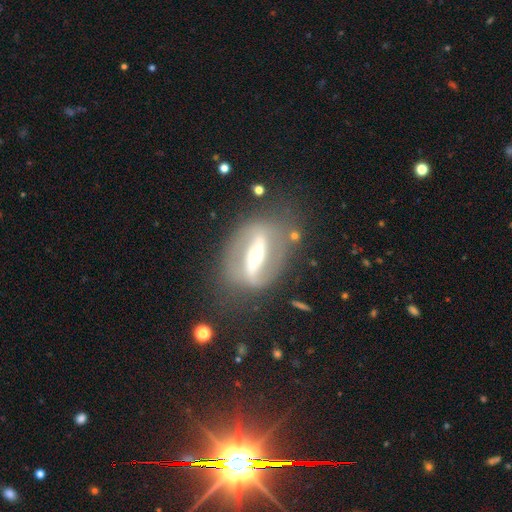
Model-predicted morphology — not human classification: smooth-or-featured: featured or disk: 81% | smooth: 13% | star or artifact: 6%
  disk-edge-on: no: 86% | yes: 14%
    bar: strong: 76% | weak: 14% | no: 10%
    has-spiral-arms: yes: 64% | no: 36%
    bulge-size: moderate: 50% | small: 40% | large: 6% | dominant: 2% | none: 1%
  merging: none: 69% | minor disturbance: 16% | major disturbance: 12% | merger: 3%